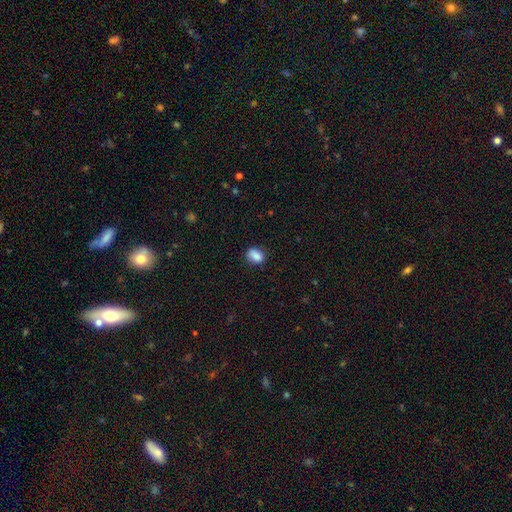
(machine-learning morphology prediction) Smooth or featured? smooth (87%)
How rounded? in between (75%)
Merging? none (78%)